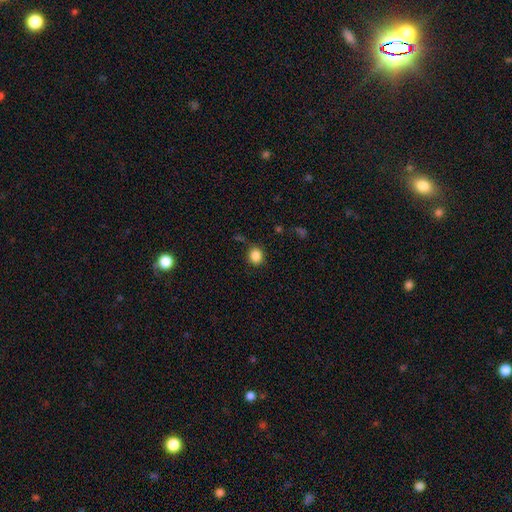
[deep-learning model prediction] smooth-or-featured: smooth: 86% | star or artifact: 10% | featured or disk: 4%
  how-rounded: round: 78% | in between: 21% | cigar-shaped: 1%
  merging: none: 83% | minor disturbance: 11% | major disturbance: 3% | merger: 3%